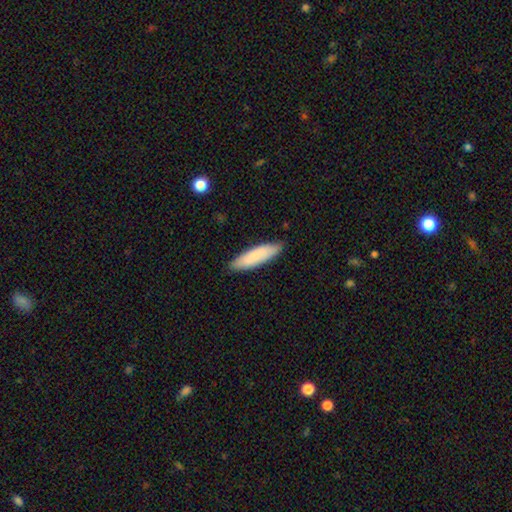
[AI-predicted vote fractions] A smooth galaxy with no disk features (84%) that is cigar-shaped (59%).

Vote fractions:
- Smooth or featured? smooth: 84% / featured or disk: 11% / star or artifact: 5%
- How rounded? cigar-shaped: 59% / in between: 40% / round: 1%
- Merging? none: 86% / minor disturbance: 12% / major disturbance: 2% / merger: 1%